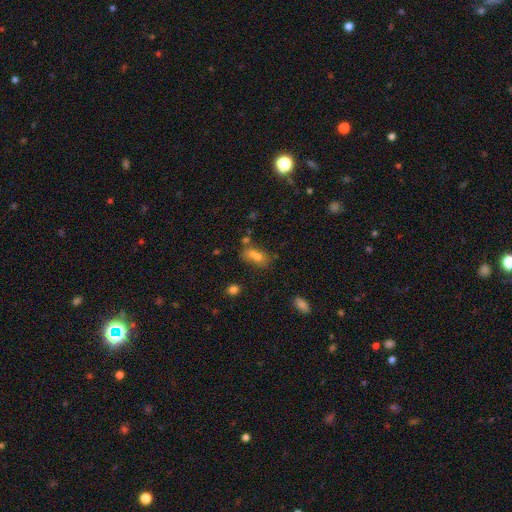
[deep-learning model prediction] Smooth or featured? smooth (66%)
How rounded? in between (67%)
Merging? merger (51%)